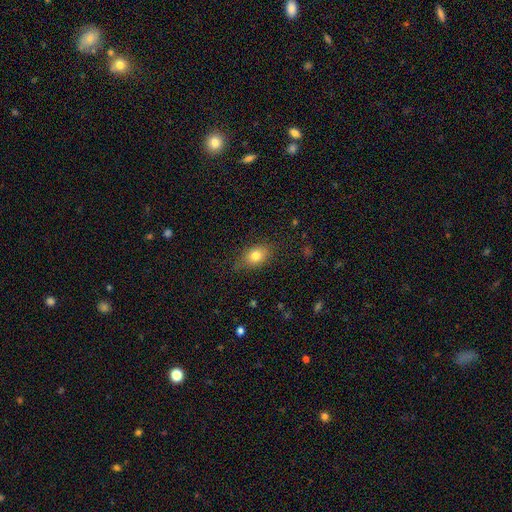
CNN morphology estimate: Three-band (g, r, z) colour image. It shows a smooth galaxy with no disk features (79%) that is in between round and cigar-shaped (74%). Merging: none (76%).